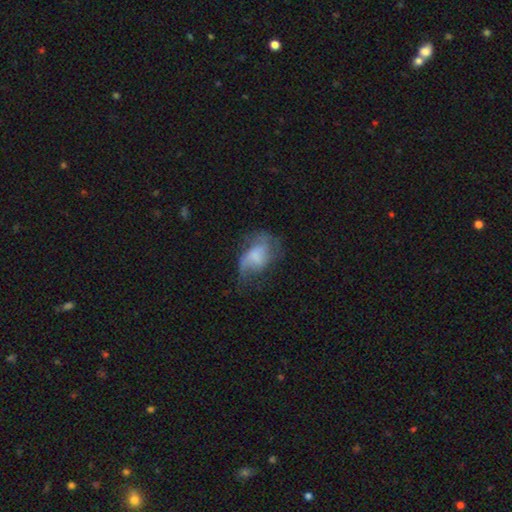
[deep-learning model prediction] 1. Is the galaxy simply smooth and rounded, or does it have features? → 52% featured or disk, 39% smooth, 9% star or artifact.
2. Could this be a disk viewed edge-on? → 97% no, 3% yes.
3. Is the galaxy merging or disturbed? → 36% none, 35% major disturbance, 27% minor disturbance, 3% merger.